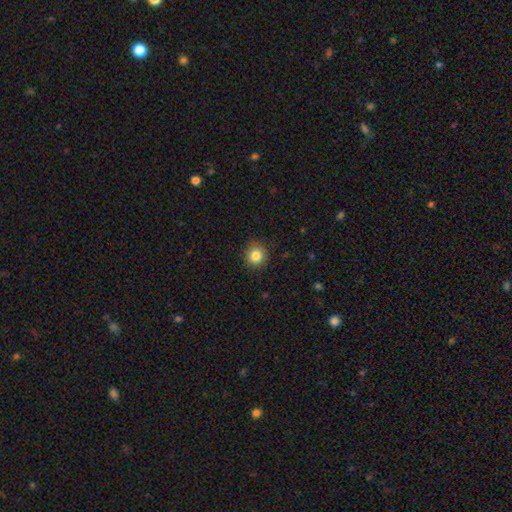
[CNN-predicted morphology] type=smooth (84%); roundness=round (92%); merging=none (90%).